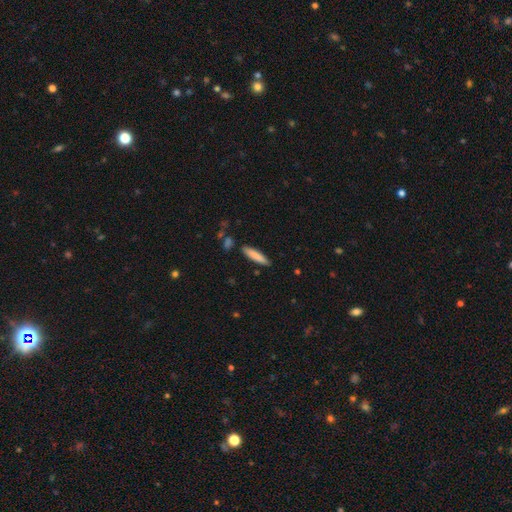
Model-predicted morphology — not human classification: Smooth or featured?
  - smooth: 83% *
  - featured or disk: 11%
  - star or artifact: 6%
How rounded?
  - cigar-shaped: 83% *
  - in between: 15%
  - round: 1%
Merging?
  - none: 85% *
  - minor disturbance: 10%
  - merger: 3%
  - major disturbance: 2%